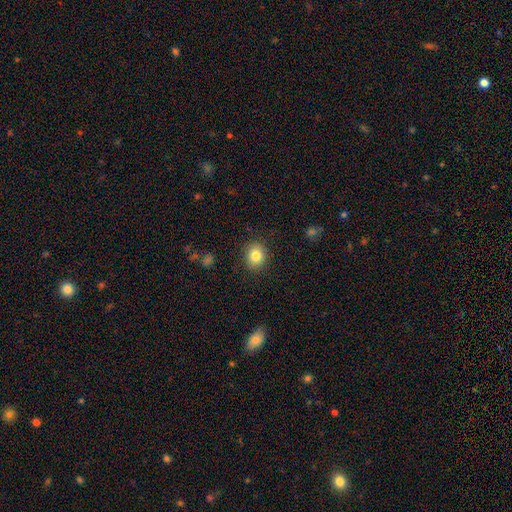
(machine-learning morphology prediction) smooth-or-featured: smooth: 83% | star or artifact: 10% | featured or disk: 7%
  how-rounded: round: 73% | in between: 26% | cigar-shaped: 1%
  merging: none: 88% | minor disturbance: 8% | major disturbance: 2% | merger: 1%